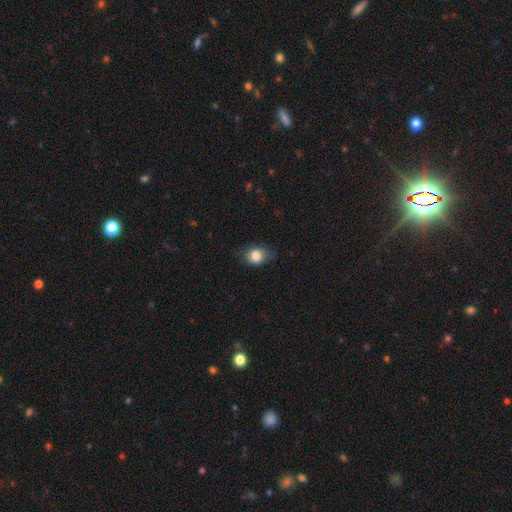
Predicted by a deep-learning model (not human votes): smooth 81%, featured or disk 10%, star or artifact 9%. Down the decision tree: how rounded — in between (62%); merging — none (70%).